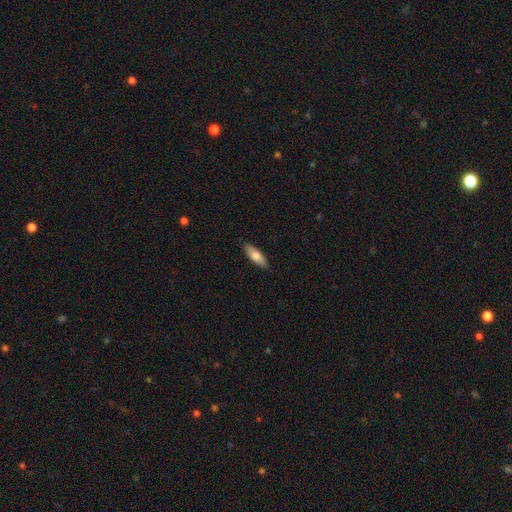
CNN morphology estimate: Smooth or featured? Predicted: smooth (p=0.73). How rounded? Predicted: in between (p=0.56). Merging? Predicted: none (p=0.89).